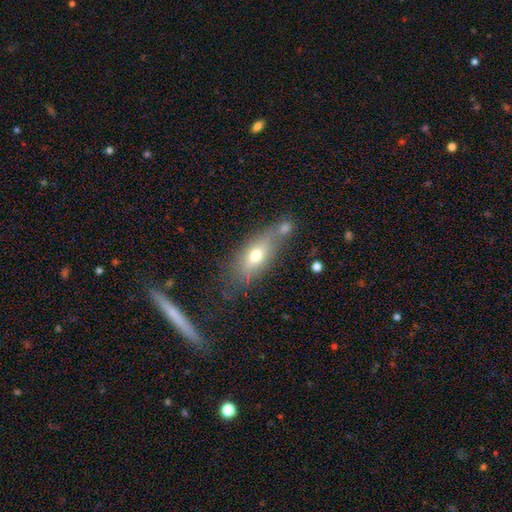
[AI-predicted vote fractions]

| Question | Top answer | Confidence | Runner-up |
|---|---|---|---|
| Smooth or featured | smooth | 64% | featured or disk (26%) |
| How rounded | in between | 70% | cigar-shaped (23%) |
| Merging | none | 50% | merger (24%) |